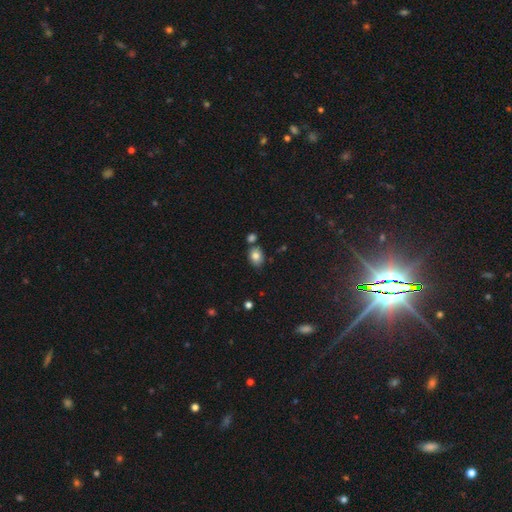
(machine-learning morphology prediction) This is clearly a smooth galaxy (81%). How rounded: likely in between (66%). Merging: likely none (69%).